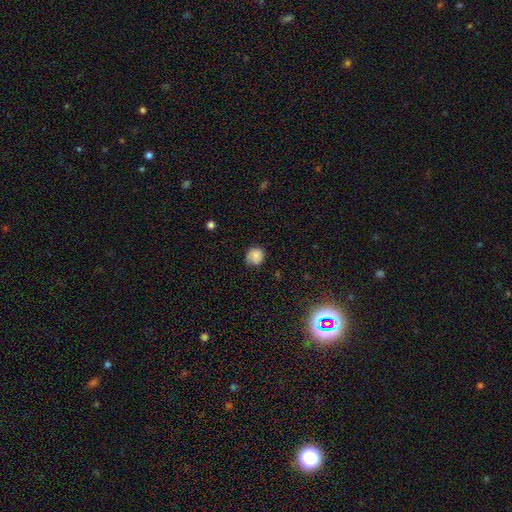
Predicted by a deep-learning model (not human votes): The model was most divided on "merging": none: 68%, minor disturbance: 26%, major disturbance: 5%, merger: 1%. More confident: how rounded — round (82%); smooth or featured — smooth (81%).